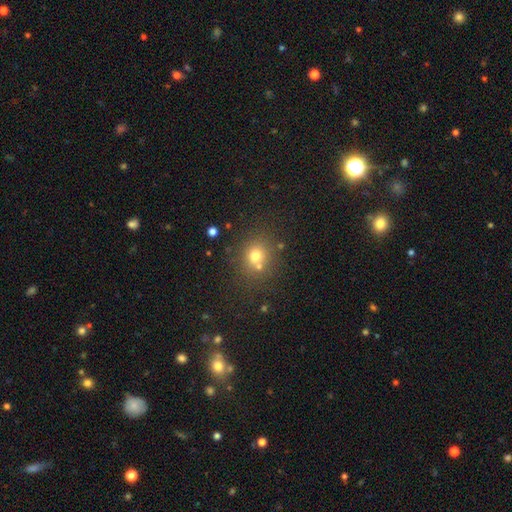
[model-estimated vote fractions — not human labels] smooth-or-featured: smooth: 70% | star or artifact: 18% | featured or disk: 12%
  how-rounded: round: 81% | in between: 19% | cigar-shaped: 1%
  merging: none: 64% | merger: 22% | minor disturbance: 10% | major disturbance: 4%